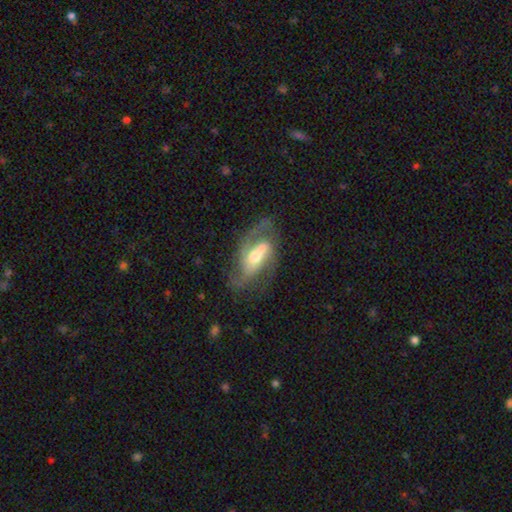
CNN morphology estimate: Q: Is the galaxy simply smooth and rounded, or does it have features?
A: featured or disk — 83%.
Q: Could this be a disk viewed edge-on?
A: no — 94%.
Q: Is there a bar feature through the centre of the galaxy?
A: weak — 39%.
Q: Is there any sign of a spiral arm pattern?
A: yes — 94%.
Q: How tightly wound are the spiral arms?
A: medium — 50%.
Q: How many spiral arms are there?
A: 2 — 61%.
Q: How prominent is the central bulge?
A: moderate — 61%.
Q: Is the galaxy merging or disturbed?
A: none — 63%.